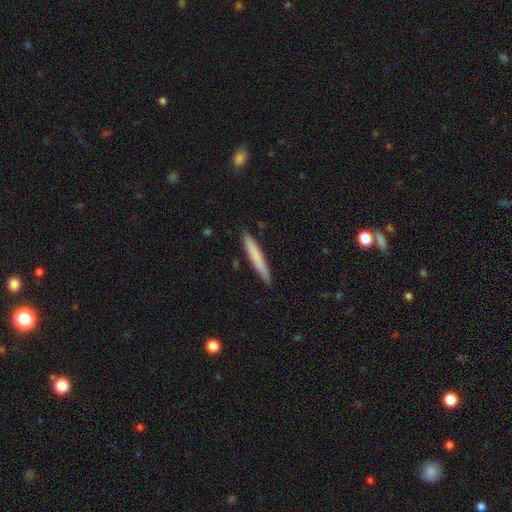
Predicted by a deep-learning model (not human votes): smooth 74%, featured or disk 20%, star or artifact 6%. Down the decision tree: how rounded — cigar-shaped (95%); merging — none (90%).